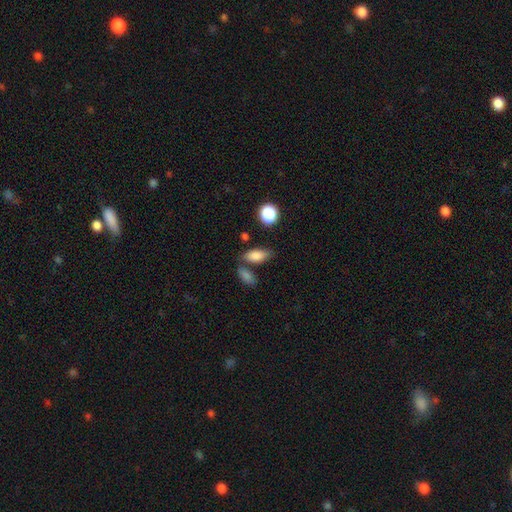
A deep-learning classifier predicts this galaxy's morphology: A smooth galaxy with no disk features (83%) that is in between round and cigar-shaped (84%). Merging: none (66%).